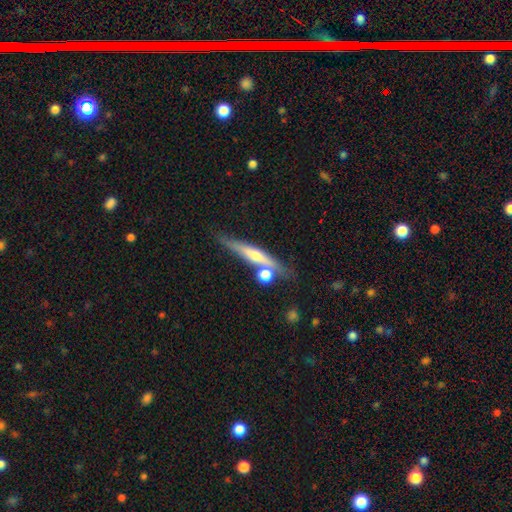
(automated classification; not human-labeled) Overall: featured or disk (58%; smooth 34%). Edge-on disk: yes (93%). Edge-on bulge: rounded (75%). Merging: none (70%).